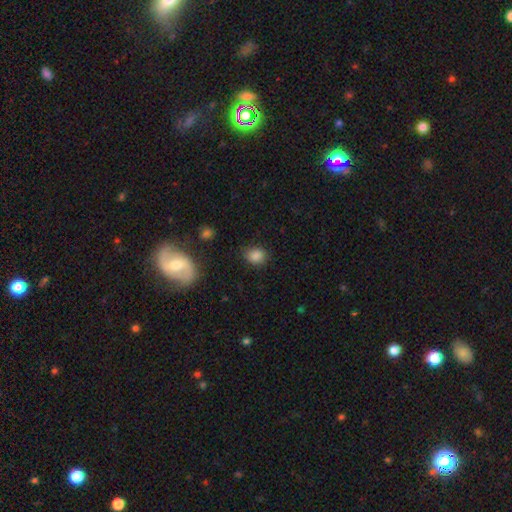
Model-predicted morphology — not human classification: The model was most divided on "how rounded": round: 51%, in between: 48%, cigar-shaped: 1%. More confident: smooth or featured — smooth (84%); merging — none (80%).